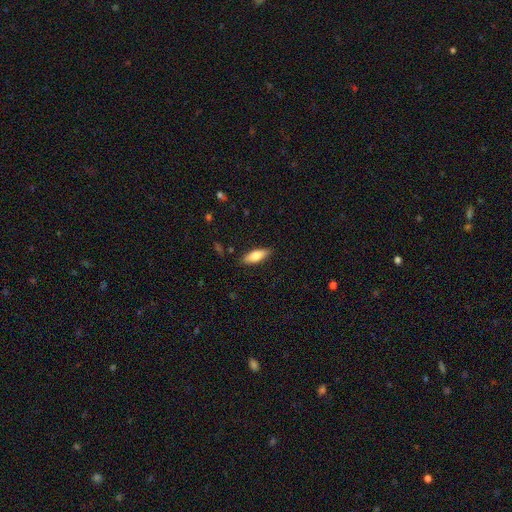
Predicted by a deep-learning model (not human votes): Smooth or featured? Predicted: smooth (p=0.76). How rounded? Predicted: in between (p=0.64). Merging? Predicted: none (p=0.87).